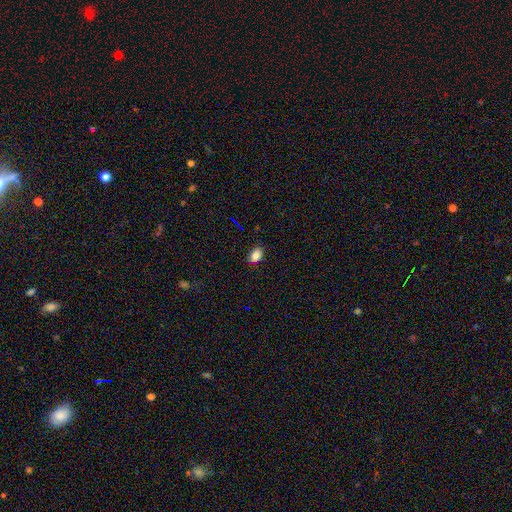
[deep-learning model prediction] A smooth galaxy with no disk features (84%) that is in between round and cigar-shaped (85%). Merging: none (84%).